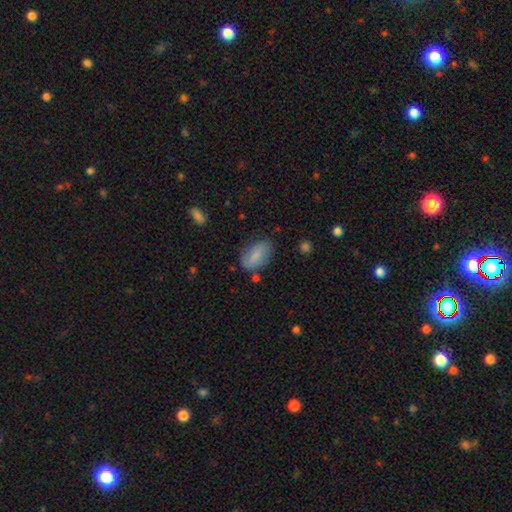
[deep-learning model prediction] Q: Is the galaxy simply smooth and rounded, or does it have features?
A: smooth — 76%.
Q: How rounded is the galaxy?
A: in between — 91%.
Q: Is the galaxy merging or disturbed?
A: none — 67%.